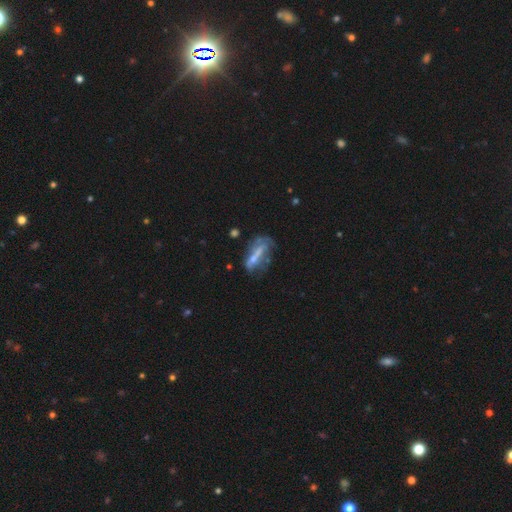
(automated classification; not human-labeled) A featured or disk galaxy (55%). Merging: none (35%).